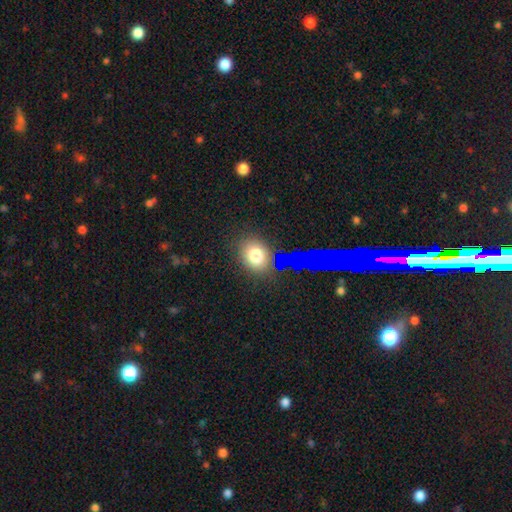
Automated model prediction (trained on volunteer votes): Smooth or featured? Predicted: smooth (p=0.73). How rounded? Predicted: round (p=0.50). Merging? Predicted: none (p=0.80).